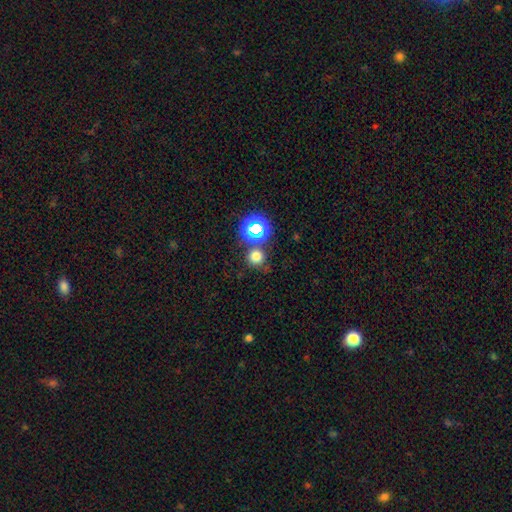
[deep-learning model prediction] smooth-or-featured: smooth: 70% | star or artifact: 23% | featured or disk: 6%
  how-rounded: round: 91% | in between: 8% | cigar-shaped: 1%
  merging: none: 74% | merger: 12% | minor disturbance: 10% | major disturbance: 4%